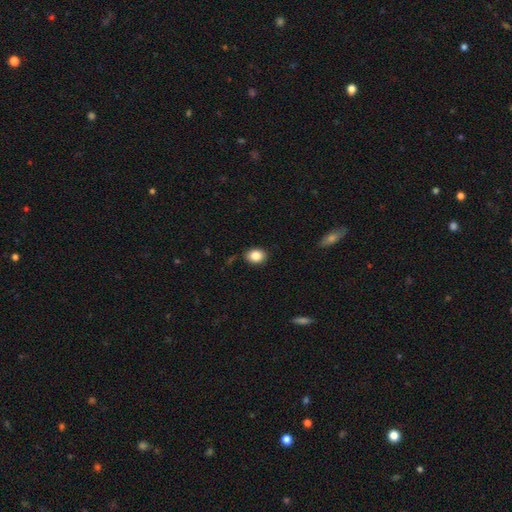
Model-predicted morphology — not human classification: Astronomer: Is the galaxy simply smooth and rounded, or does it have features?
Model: smooth — 85%.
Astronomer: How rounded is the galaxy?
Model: in between — 60% (runner-up: round, 39%).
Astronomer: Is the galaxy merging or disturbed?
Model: none — 83%.